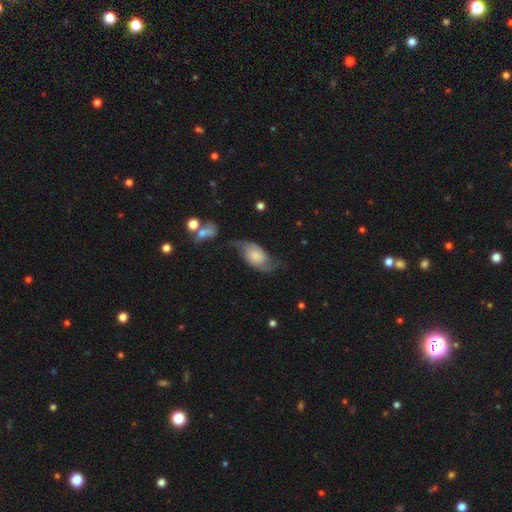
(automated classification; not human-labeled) smooth-or-featured: featured or disk: 69% | smooth: 24% | star or artifact: 7%
  disk-edge-on: no: 95% | yes: 5%
    bar: no: 69% | weak: 26% | strong: 5%
    has-spiral-arms: yes: 92% | no: 8%
      spiral-winding: loose: 59% | medium: 30% | tight: 11%
      spiral-arm-count: 2: 89% | can't tell: 5% | 1: 3% | 3: 1% | 4: 1% | more than 4: 1%
    bulge-size: small: 36% | moderate: 30% | none: 15% | large: 14% | dominant: 5%
  merging: none: 49% | minor disturbance: 24% | major disturbance: 19% | merger: 8%